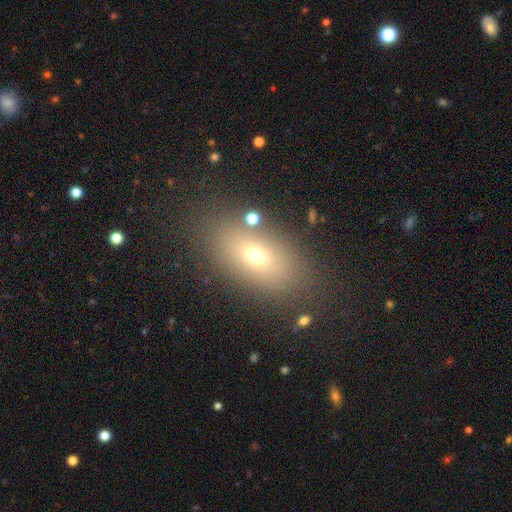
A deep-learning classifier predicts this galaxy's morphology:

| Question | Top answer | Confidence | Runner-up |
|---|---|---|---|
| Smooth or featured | smooth | 65% | featured or disk (19%) |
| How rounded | in between | 81% | round (13%) |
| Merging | none | 79% | minor disturbance (11%) |